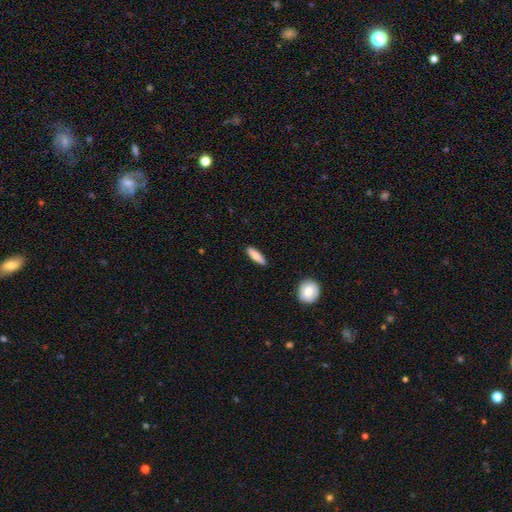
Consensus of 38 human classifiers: Smooth or featured? smooth (71%)
How rounded? cigar-shaped (56%)
Merging? none (89%)